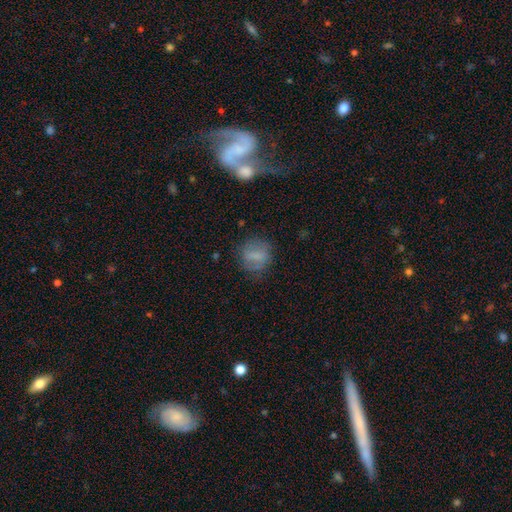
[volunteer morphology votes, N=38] Overall: smooth (68%). How rounded: round (73%). Merging: none (69%).